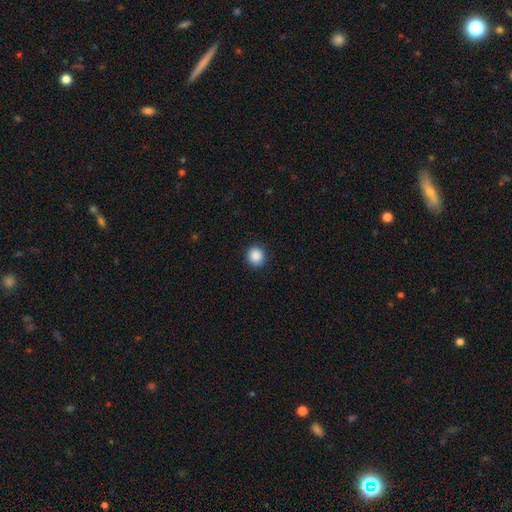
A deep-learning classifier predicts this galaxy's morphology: type=smooth (88%); roundness=round (90%); merging=none (90%).